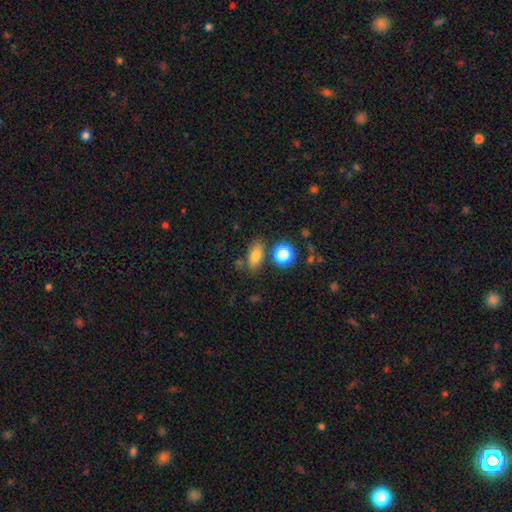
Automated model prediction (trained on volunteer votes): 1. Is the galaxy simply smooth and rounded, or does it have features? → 78% smooth, 13% star or artifact, 9% featured or disk.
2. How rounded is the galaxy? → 76% in between, 13% round, 11% cigar-shaped.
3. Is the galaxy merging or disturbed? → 75% none, 13% minor disturbance, 8% merger, 4% major disturbance.